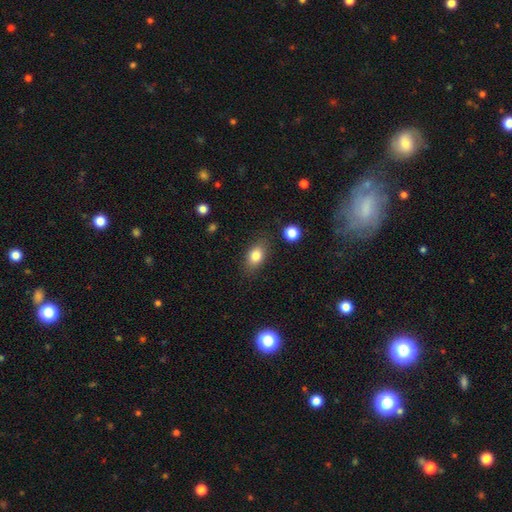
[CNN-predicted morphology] smooth-or-featured: smooth: 81% | featured or disk: 10% | star or artifact: 9%
  how-rounded: in between: 80% | round: 17% | cigar-shaped: 3%
  merging: none: 82% | minor disturbance: 13% | major disturbance: 3% | merger: 2%